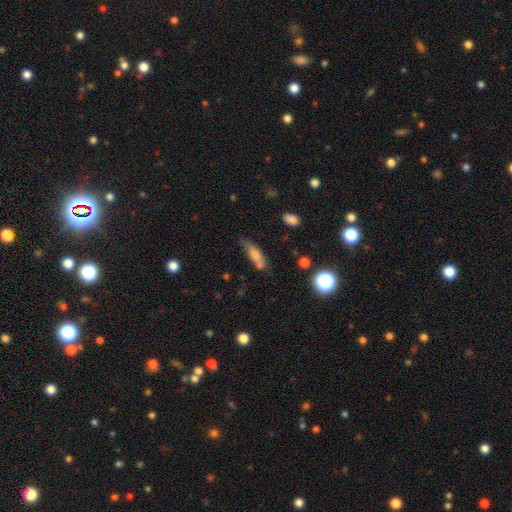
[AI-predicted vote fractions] The model was most divided on "how rounded": cigar-shaped: 51%, in between: 46%, round: 3%. Remaining: smooth or featured — smooth (71%); merging — none (45%).